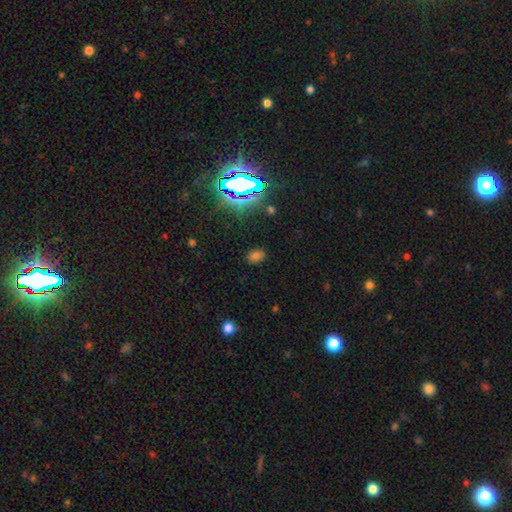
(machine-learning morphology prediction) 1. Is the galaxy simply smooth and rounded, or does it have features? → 62% smooth, 31% star or artifact, 7% featured or disk.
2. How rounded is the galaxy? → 67% in between, 32% round, 2% cigar-shaped.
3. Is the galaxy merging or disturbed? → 84% none, 11% minor disturbance, 3% major disturbance, 2% merger.